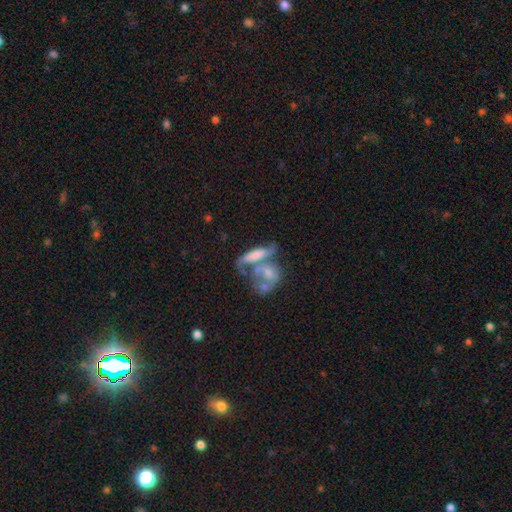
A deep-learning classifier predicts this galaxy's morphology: Overall: smooth (45%; featured or disk 44%). Merging: merger (58%; none 20%).